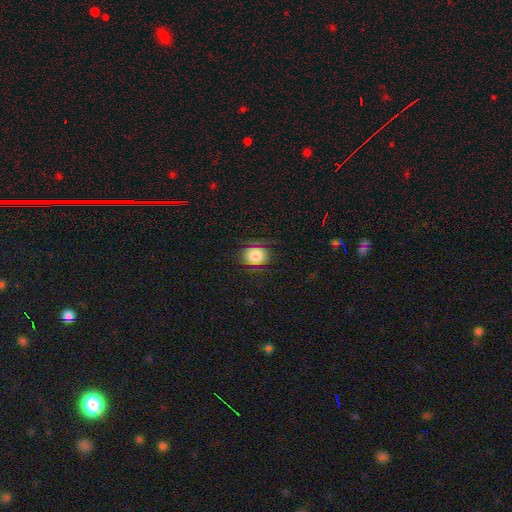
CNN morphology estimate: A smooth galaxy with no disk features (71%) that is round (56%). Merging: none (72%).